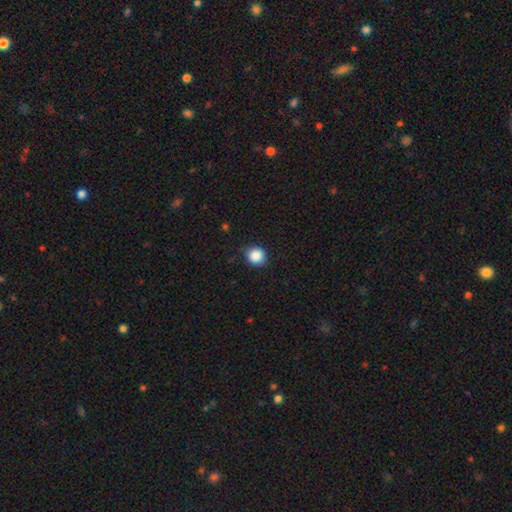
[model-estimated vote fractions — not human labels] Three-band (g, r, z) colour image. It shows a smooth galaxy with no disk features (88%) that is round (87%). Merging: none (86%).